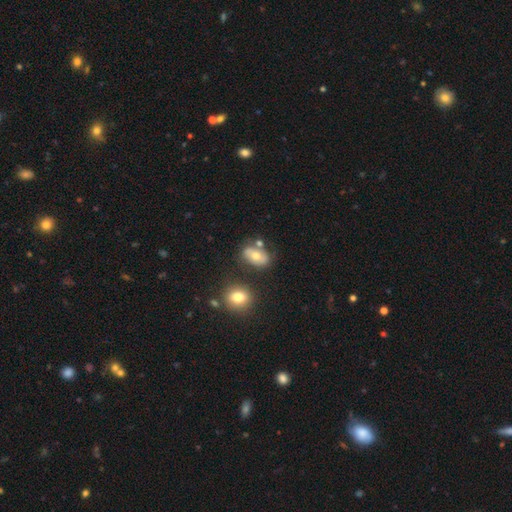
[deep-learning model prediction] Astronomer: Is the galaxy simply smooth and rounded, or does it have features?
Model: smooth — 64%.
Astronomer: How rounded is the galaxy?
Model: in between — 84%.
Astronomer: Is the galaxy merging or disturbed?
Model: none — 63%.